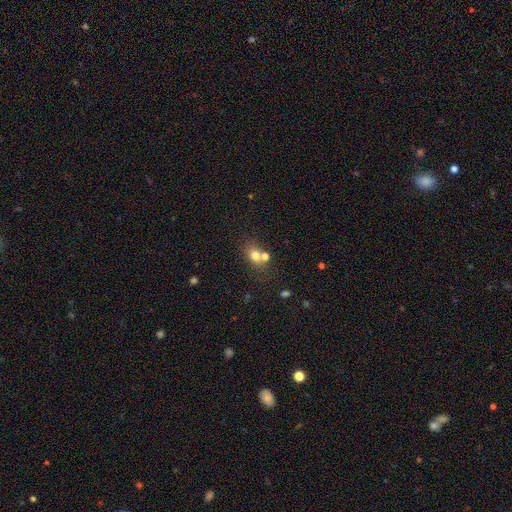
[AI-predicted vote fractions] This appears to be a smooth galaxy with no disk features (73%) that is in between round and cigar-shaped (57%). Merging: none (50%).